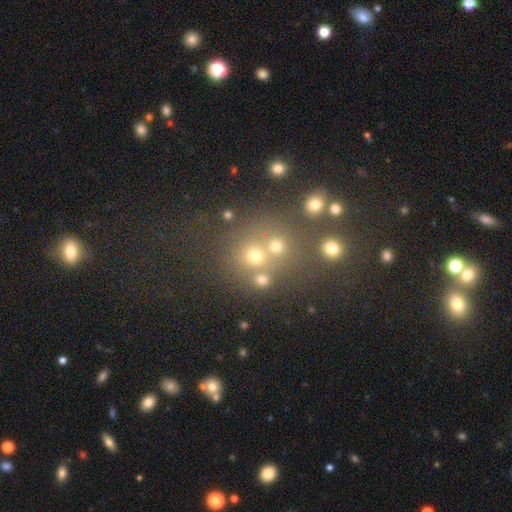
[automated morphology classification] Smooth or featured: smooth — 63% (star or artifact — 26%)
How rounded: round — 86% (in between — 13%)
Merging: none — 59% (merger — 28%)